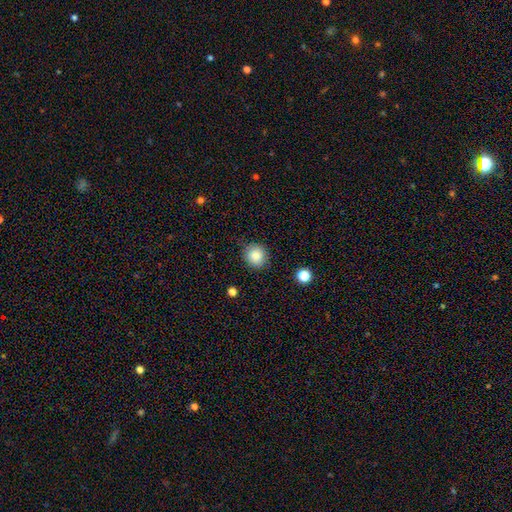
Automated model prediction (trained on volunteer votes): Overall: smooth (86%). How rounded: round (90%). Merging: none (84%).